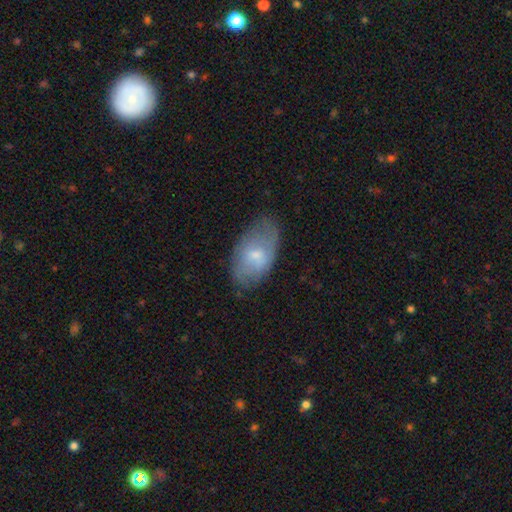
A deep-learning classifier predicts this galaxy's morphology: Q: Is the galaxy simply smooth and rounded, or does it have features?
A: smooth — 55%.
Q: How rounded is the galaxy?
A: in between — 93%.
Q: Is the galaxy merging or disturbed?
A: none — 69%.